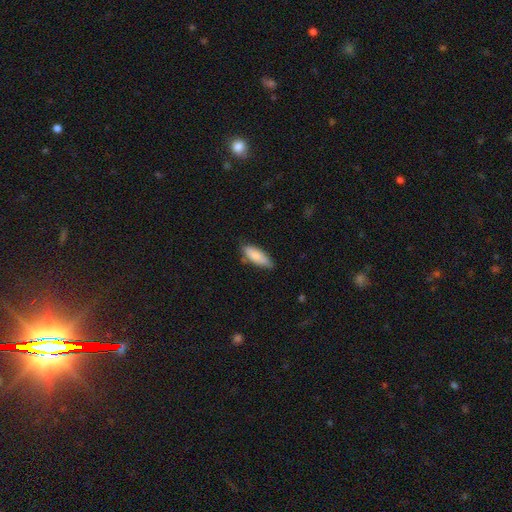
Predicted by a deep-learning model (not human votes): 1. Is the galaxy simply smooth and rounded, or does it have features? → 81% smooth, 12% featured or disk, 6% star or artifact.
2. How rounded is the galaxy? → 71% in between, 27% cigar-shaped, 2% round.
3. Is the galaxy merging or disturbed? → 71% none, 23% minor disturbance, 3% major disturbance, 3% merger.